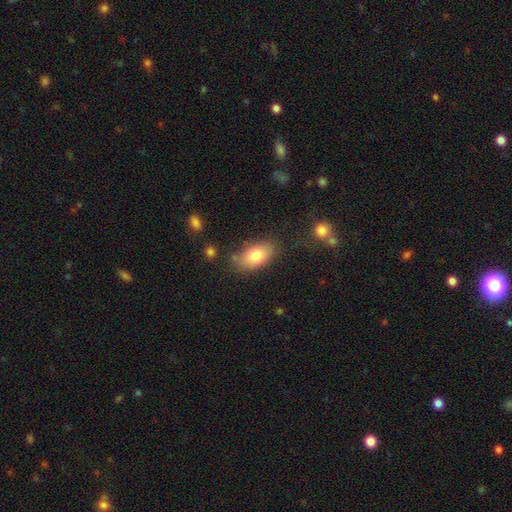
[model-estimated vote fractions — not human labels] Q: Smooth or featured?
A: smooth (78%); runner-up: featured or disk (14%)
Q: How rounded?
A: in between (90%); runner-up: round (7%)
Q: Merging?
A: none (73%); runner-up: minor disturbance (18%)